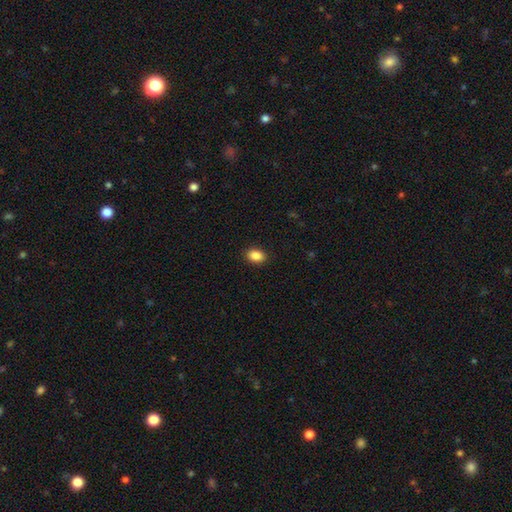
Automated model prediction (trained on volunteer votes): Overall: smooth (88%). How rounded: in between (80%). Merging: none (90%).